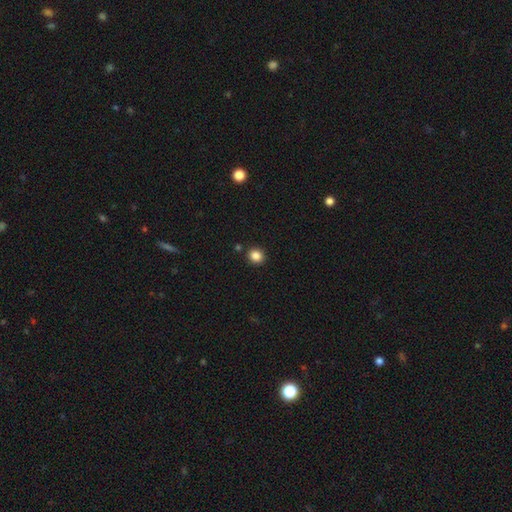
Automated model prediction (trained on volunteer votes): Smooth or featured? smooth (85%)
How rounded? round (82%)
Merging? none (89%)